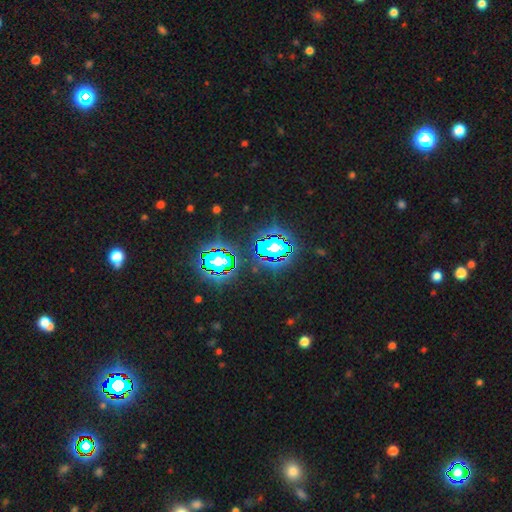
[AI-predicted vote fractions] Smooth or featured? Predicted: star or artifact (p=0.82).